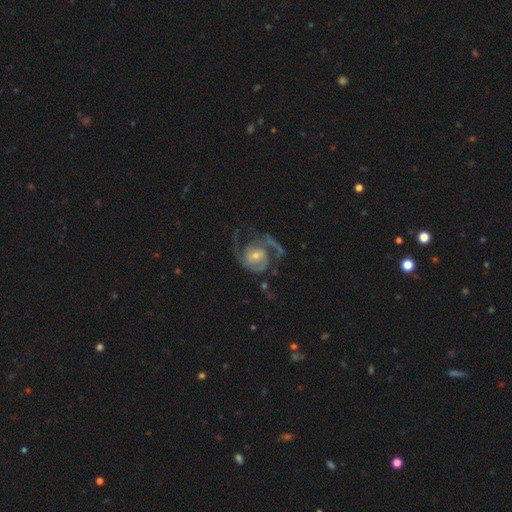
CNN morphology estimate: smooth_or_featured: featured or disk (p=0.84) [alt: smooth p=0.10]
disk_edge_on: no (p=0.98) [alt: yes p=0.02]
bar: no (p=0.56) [alt: weak p=0.33]
has_spiral_arms: yes (p=0.92) [alt: no p=0.08]
spiral_winding: medium (p=0.46) [alt: tight p=0.34]
spiral_arm_count: 2 (p=0.63) [alt: can't tell p=0.14]
bulge_size: small (p=0.59) [alt: moderate p=0.33]
merging: none (p=0.49) [alt: major disturbance p=0.29]